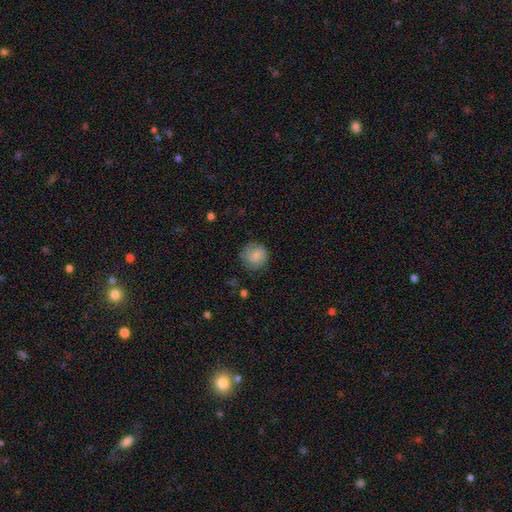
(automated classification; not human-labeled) Smooth or featured?
  - smooth: 73% *
  - featured or disk: 19%
  - star or artifact: 8%
How rounded?
  - round: 91% *
  - in between: 8%
  - cigar-shaped: 1%
Merging?
  - none: 80% *
  - minor disturbance: 15%
  - major disturbance: 4%
  - merger: 1%